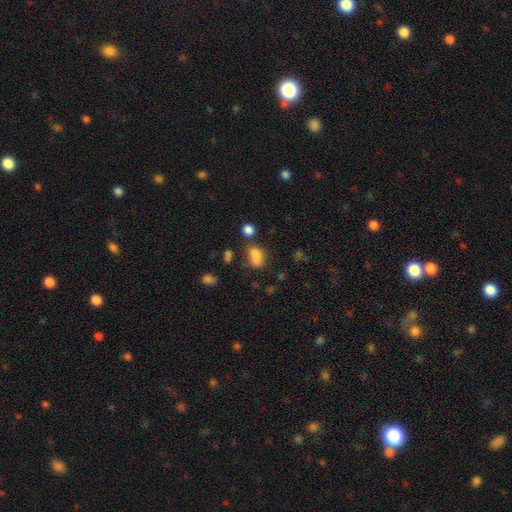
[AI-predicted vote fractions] smooth-or-featured: smooth: 78% | star or artifact: 14% | featured or disk: 8%
  how-rounded: in between: 75% | round: 20% | cigar-shaped: 5%
  merging: none: 46% | minor disturbance: 21% | merger: 21% | major disturbance: 12%